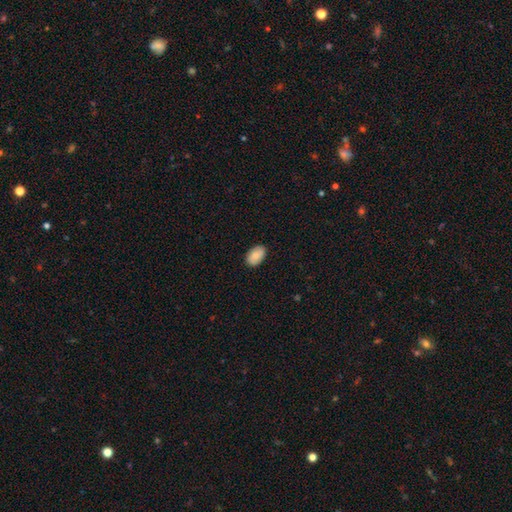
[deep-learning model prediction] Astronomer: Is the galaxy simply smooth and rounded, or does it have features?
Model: smooth — 88%.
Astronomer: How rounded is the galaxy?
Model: in between — 92%.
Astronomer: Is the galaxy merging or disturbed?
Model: none — 88%.